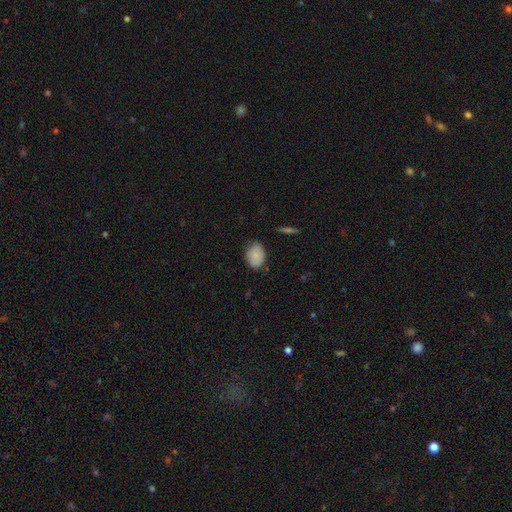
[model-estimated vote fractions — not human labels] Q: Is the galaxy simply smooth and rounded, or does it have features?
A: smooth — 81%.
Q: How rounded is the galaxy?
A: in between — 72%.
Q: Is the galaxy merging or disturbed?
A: none — 68%.